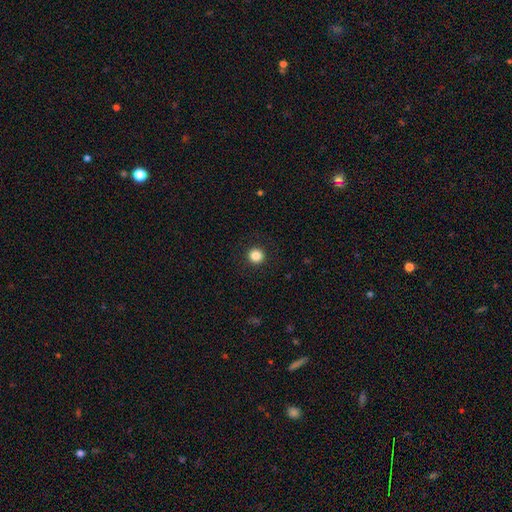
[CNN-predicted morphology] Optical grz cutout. It shows a smooth galaxy with no disk features (86%) that is round (95%). Merging: none (93%).